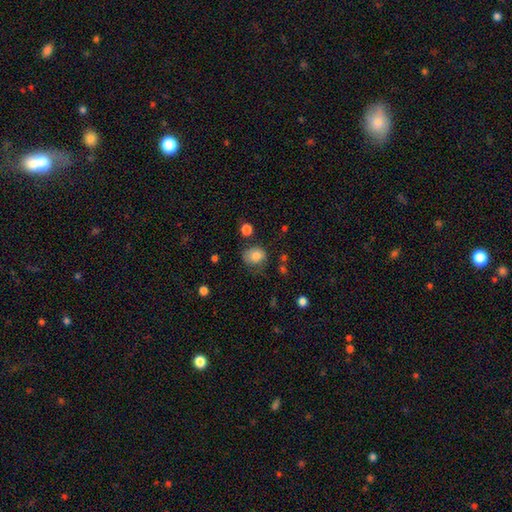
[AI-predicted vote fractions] smooth 81%, star or artifact 10%, featured or disk 9%. Down the decision tree: how rounded — round (70%); merging — none (63%).